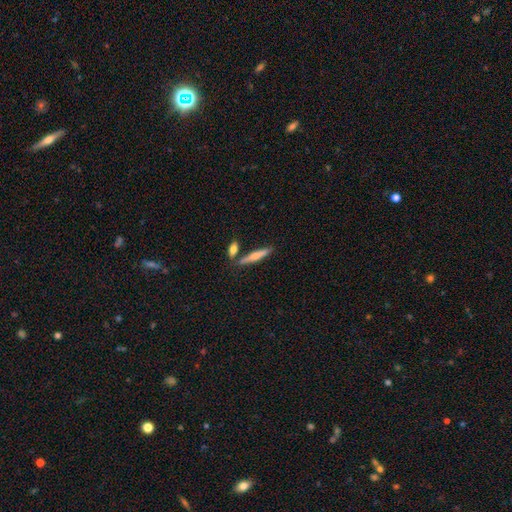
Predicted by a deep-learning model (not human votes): Overall: smooth (59%; featured or disk 36%). How rounded: cigar-shaped (87%). Merging: none (75%).